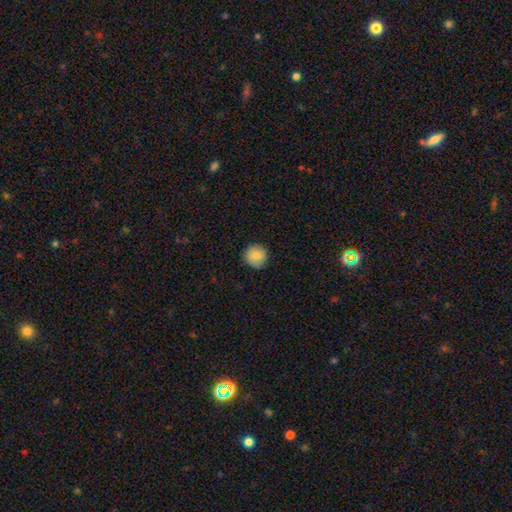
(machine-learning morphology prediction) smooth_or_featured: smooth (p=0.83) [alt: featured or disk p=0.09]
how_rounded: round (p=0.94) [alt: in between p=0.05]
merging: none (p=0.88) [alt: minor disturbance p=0.09]